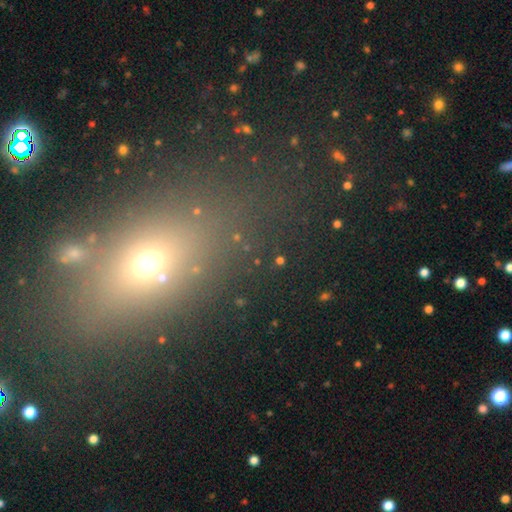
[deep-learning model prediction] The model was most divided on "smooth or featured": smooth: 49%, star or artifact: 37%, featured or disk: 14%. More confident: merging — none (77%).